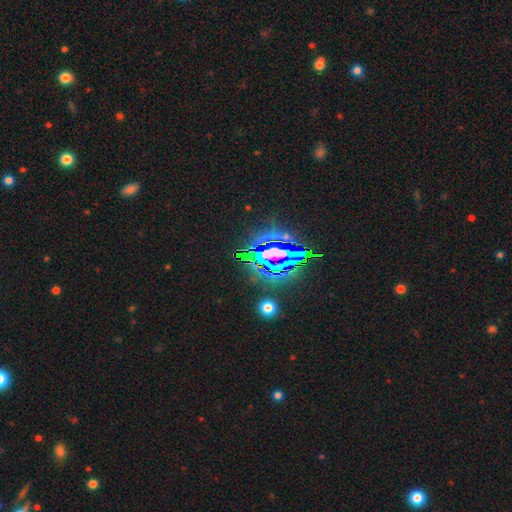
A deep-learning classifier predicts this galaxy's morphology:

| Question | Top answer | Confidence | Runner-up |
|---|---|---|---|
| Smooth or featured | star or artifact | 77% | smooth (12%) |